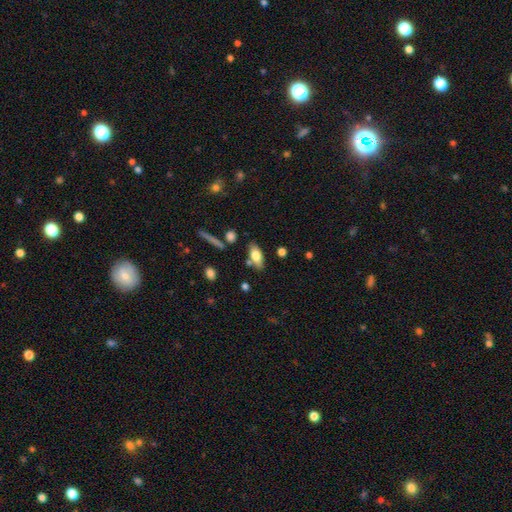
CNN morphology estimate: A smooth galaxy with no disk features (74%) that is in between round and cigar-shaped (81%). Merging: none (75%).